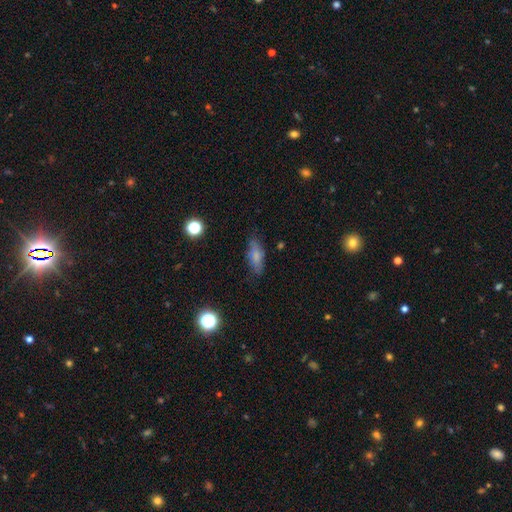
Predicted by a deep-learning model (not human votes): Smooth or featured? Predicted: smooth (p=0.71). How rounded? Predicted: in between (p=0.76). Merging? Predicted: none (p=0.75).